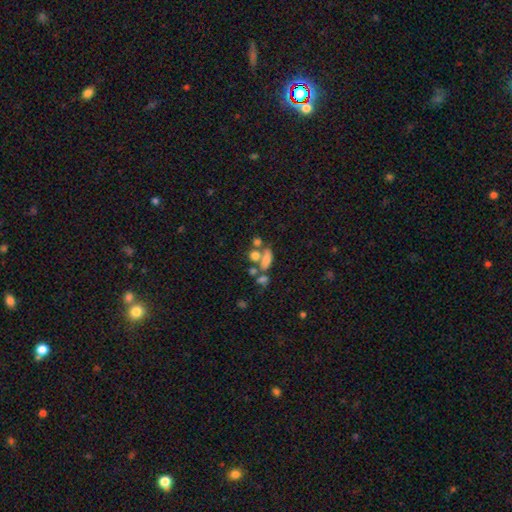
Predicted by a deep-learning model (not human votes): This appears to be a smooth galaxy with no disk features (67%) that is in between round and cigar-shaped (55%). Merging: merger (43%).